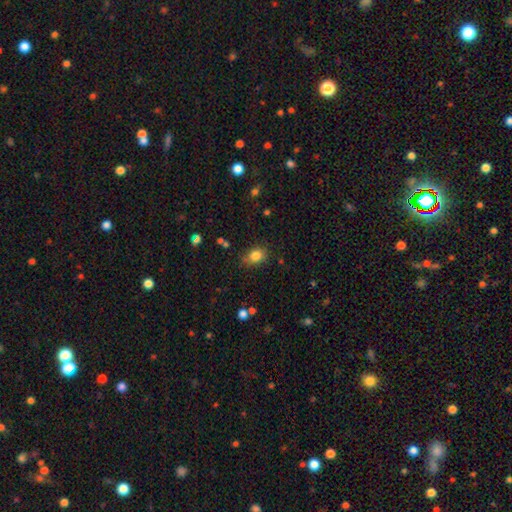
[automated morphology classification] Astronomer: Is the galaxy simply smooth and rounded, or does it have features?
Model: smooth — 83%.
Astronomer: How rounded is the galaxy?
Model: in between — 63%.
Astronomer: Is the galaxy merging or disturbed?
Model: none — 77%.